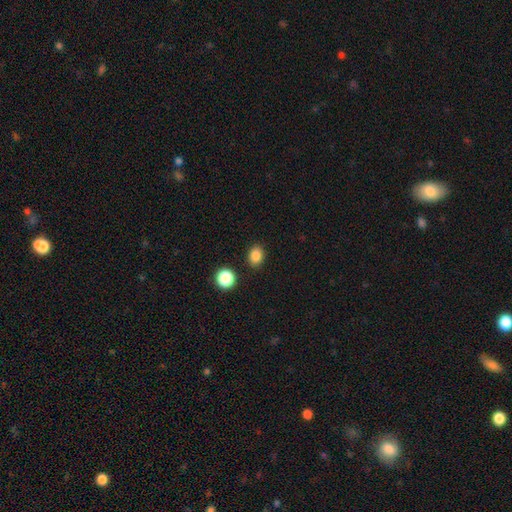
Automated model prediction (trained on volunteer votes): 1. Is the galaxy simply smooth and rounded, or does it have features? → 84% smooth, 11% star or artifact, 4% featured or disk.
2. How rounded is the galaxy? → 61% in between, 38% round, 1% cigar-shaped.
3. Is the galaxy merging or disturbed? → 86% none, 8% minor disturbance, 3% merger, 2% major disturbance.